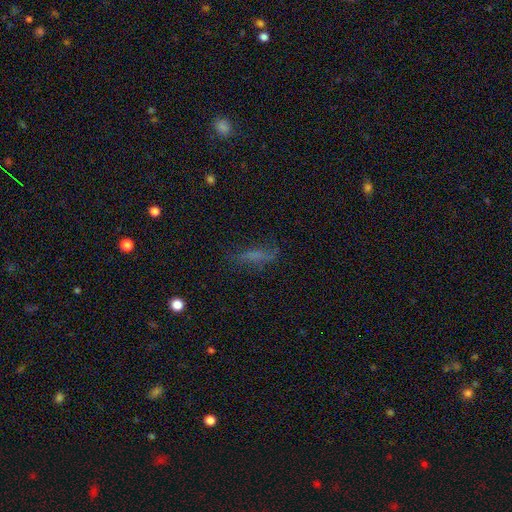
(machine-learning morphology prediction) type=smooth (53%); roundness=cigar-shaped (62%); merging=none (58%).